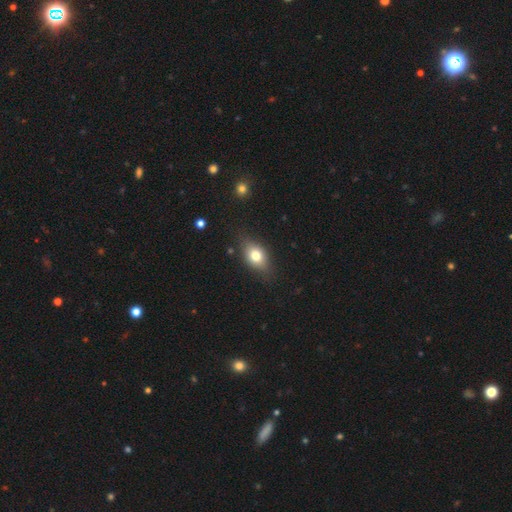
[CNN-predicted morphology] A smooth galaxy with no disk features (74%) that is in between round and cigar-shaped (76%).

Vote fractions:
- Smooth or featured? smooth: 74% / featured or disk: 17% / star or artifact: 9%
- How rounded? in between: 76% / round: 20% / cigar-shaped: 4%
- Merging? none: 77% / minor disturbance: 17% / major disturbance: 4% / merger: 2%